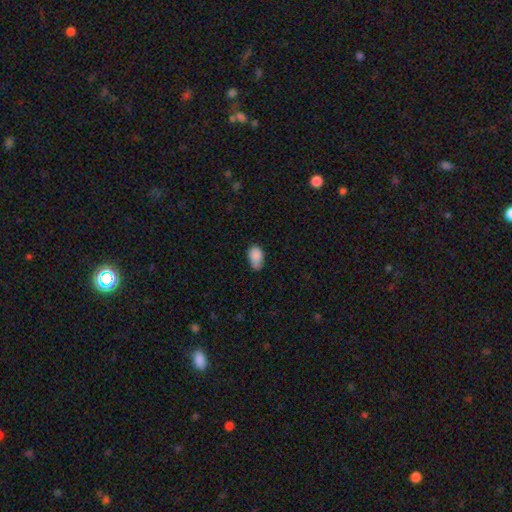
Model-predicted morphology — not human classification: smooth-or-featured: smooth: 86% | star or artifact: 8% | featured or disk: 5%
  how-rounded: in between: 90% | round: 9% | cigar-shaped: 2%
  merging: none: 53% | minor disturbance: 37% | major disturbance: 7% | merger: 3%